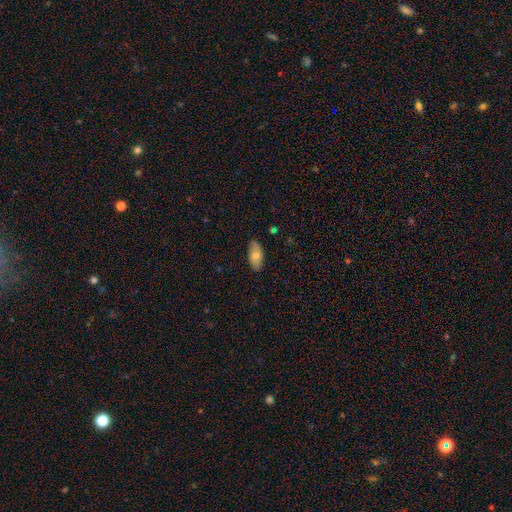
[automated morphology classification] smooth-or-featured: smooth: 77% | featured or disk: 17% | star or artifact: 7%
  how-rounded: in between: 92% | cigar-shaped: 6% | round: 2%
  merging: none: 83% | minor disturbance: 14% | major disturbance: 2% | merger: 1%